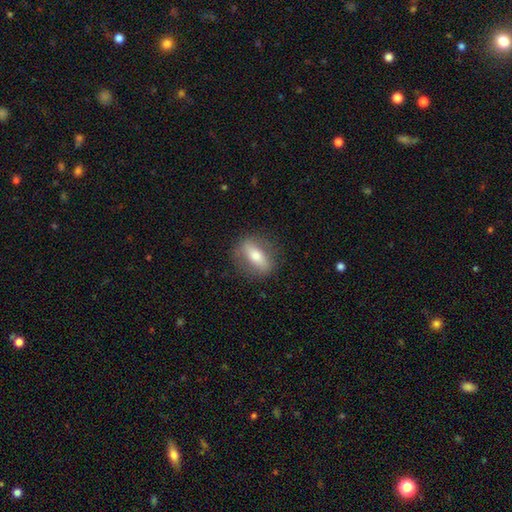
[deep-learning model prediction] Overall: smooth (49%; featured or disk 43%). Merging: none (83%).